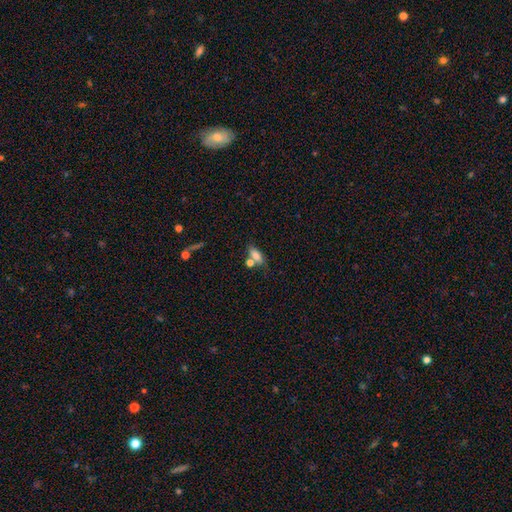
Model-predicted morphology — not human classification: The model was most divided on "merging": none: 52%, merger: 26%, minor disturbance: 15%, major disturbance: 6%. More confident: smooth or featured — smooth (74%); how rounded — in between (70%).